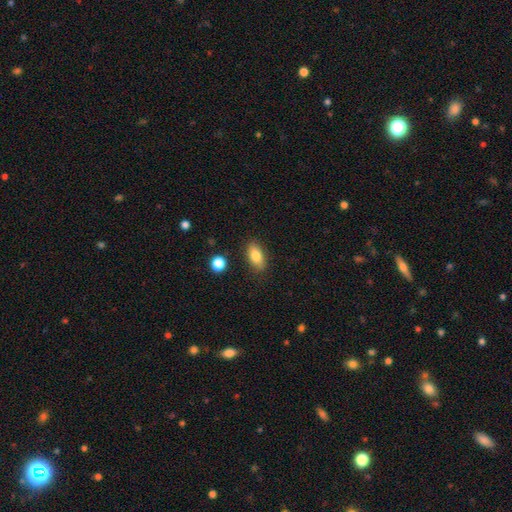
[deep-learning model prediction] The model was most divided on "smooth or featured": smooth: 82%, featured or disk: 10%, star or artifact: 8%. More confident: how rounded — in between (87%); merging — none (85%).